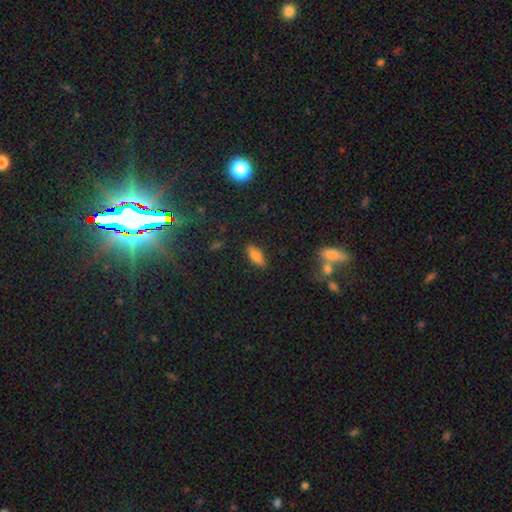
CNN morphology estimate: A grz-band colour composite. It shows a smooth galaxy with no disk features (77%) that is in between round and cigar-shaped (79%). Merging: none (85%).